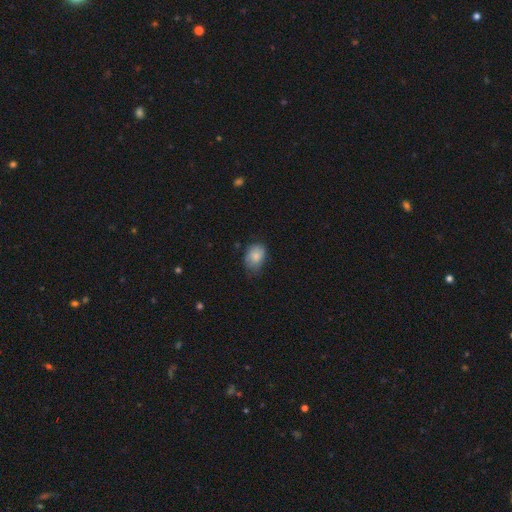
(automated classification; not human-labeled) Smooth or featured: smooth — 84% (featured or disk — 9%)
How rounded: in between — 73% (round — 26%)
Merging: none — 65% (minor disturbance — 28%)